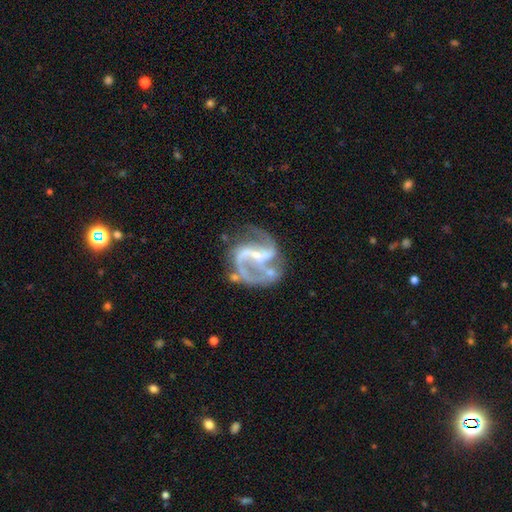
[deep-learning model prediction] smooth_or_featured: featured or disk (p=0.90) [alt: star or artifact p=0.06]
disk_edge_on: no (p=0.98) [alt: yes p=0.02]
bar: strong (p=0.40) [alt: weak p=0.39]
has_spiral_arms: yes (p=0.97) [alt: no p=0.03]
spiral_winding: medium (p=0.51) [alt: loose p=0.36]
spiral_arm_count: 2 (p=0.76) [alt: 3 p=0.11]
bulge_size: small (p=0.71) [alt: moderate p=0.16]
merging: none (p=0.52) [alt: minor disturbance p=0.19]